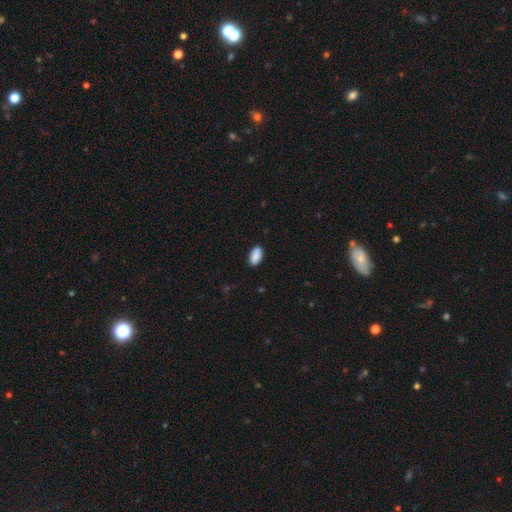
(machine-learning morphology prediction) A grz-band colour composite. It shows a smooth galaxy with no disk features (90%) that is in between round and cigar-shaped (94%). Merging: none (87%).